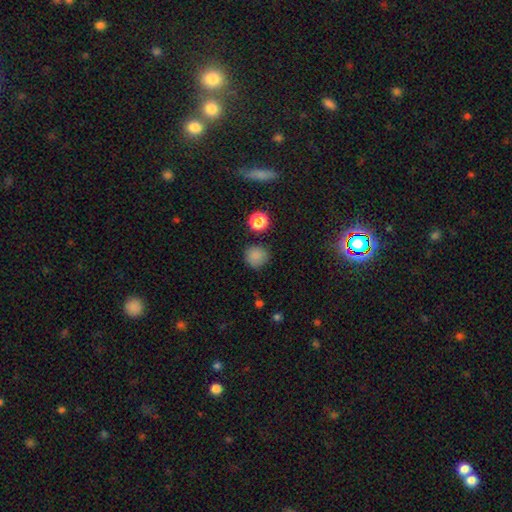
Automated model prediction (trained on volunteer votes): Smooth or featured?
  - smooth: 81% *
  - star or artifact: 15%
  - featured or disk: 5%
How rounded?
  - round: 92% *
  - in between: 7%
  - cigar-shaped: 1%
Merging?
  - none: 84% *
  - minor disturbance: 10%
  - major disturbance: 3%
  - merger: 3%